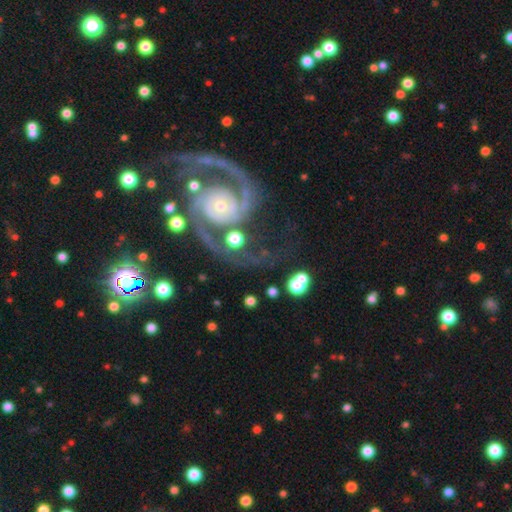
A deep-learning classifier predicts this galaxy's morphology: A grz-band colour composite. It shows a featured or disk galaxy (90%) with no bar (60%), 2 (79%) medium (53%) spiral arms (98%) and a small central bulge (59%). Merging: none (58%).